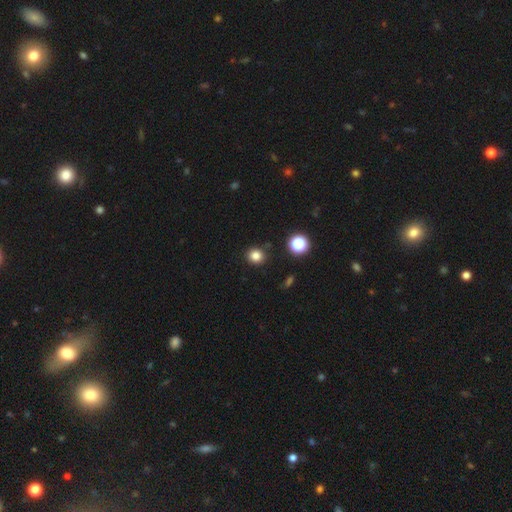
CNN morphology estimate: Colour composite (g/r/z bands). It shows a smooth galaxy with no disk features (82%) that is round (86%). Merging: none (88%).